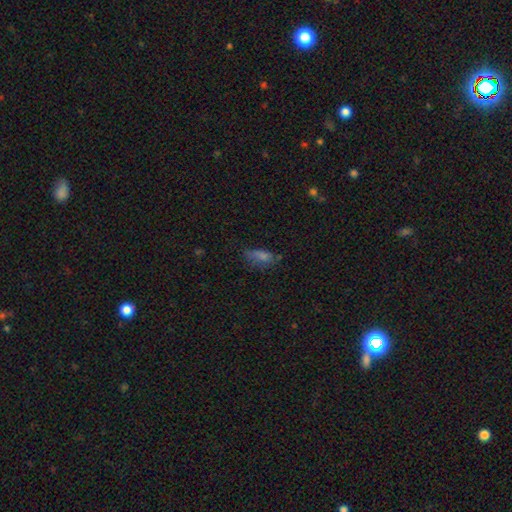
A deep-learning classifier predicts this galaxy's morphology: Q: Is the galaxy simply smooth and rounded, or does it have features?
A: smooth — 53%.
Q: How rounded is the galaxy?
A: in between — 69%.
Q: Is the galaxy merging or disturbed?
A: none — 66%.